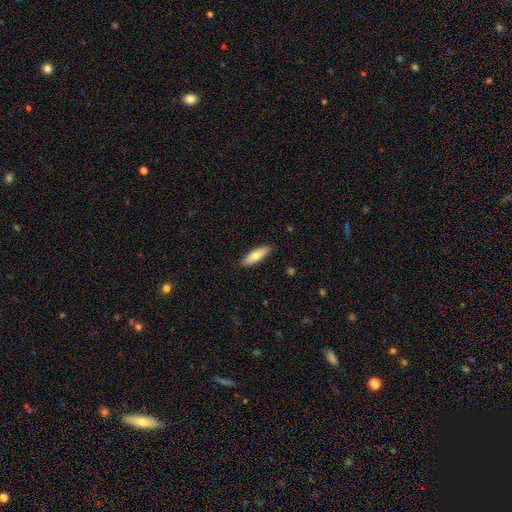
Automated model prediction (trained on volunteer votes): smooth_or_featured: smooth (p=0.74) [alt: featured or disk p=0.20]
how_rounded: in between (p=0.53) [alt: cigar-shaped p=0.45]
merging: none (p=0.89) [alt: minor disturbance p=0.09]